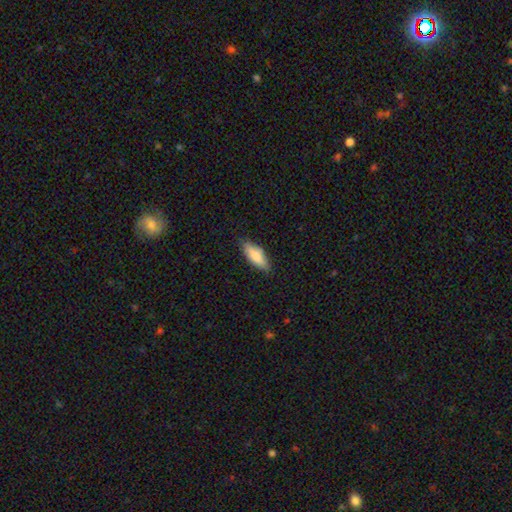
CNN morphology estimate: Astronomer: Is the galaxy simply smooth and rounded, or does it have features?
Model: smooth — 80%.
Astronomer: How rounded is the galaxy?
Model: in between — 65%.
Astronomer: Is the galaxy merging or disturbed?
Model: none — 83%.